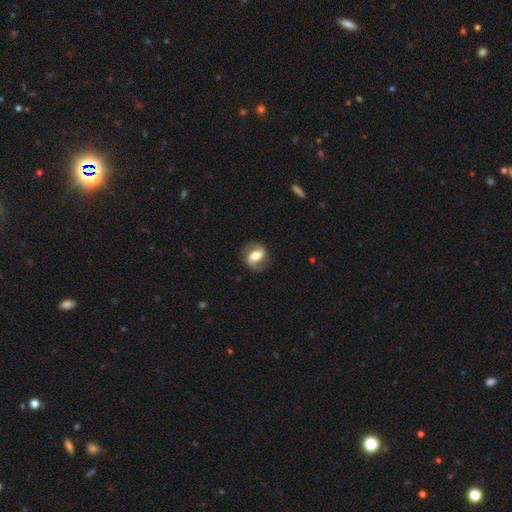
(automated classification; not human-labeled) A featured or disk galaxy (72%) with a weak bar (40%), 2 (90%) medium (45%) spiral arms (90%) and a moderate central bulge (59%).

Vote fractions:
- Smooth or featured? featured or disk: 72% / smooth: 21% / star or artifact: 7%
- Edge-on disk? no: 96% / yes: 4%
- Bar? weak: 40% / strong: 31% / no: 29%
- Spiral arms? yes: 90% / no: 10%
- Spiral winding? medium: 45% / loose: 37% / tight: 18%
- Spiral arm count? 2: 90% / 1: 3% / can't tell: 3% / 3: 1% / 4: 1% / more than 4: 1%
- Bulge size? moderate: 59% / large: 26% / small: 10% / dominant: 3% / none: 2%
- Merging? none: 81% / minor disturbance: 12% / major disturbance: 5% / merger: 1%